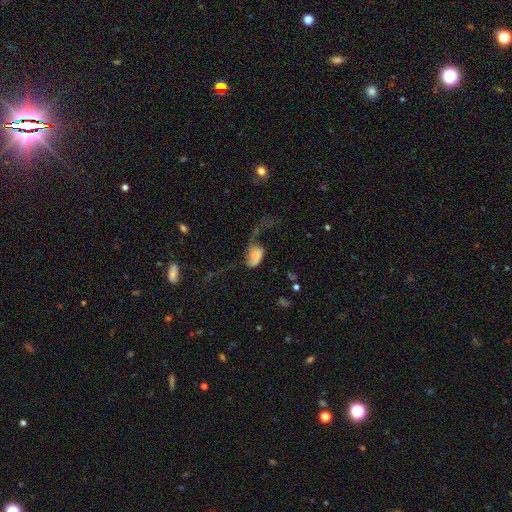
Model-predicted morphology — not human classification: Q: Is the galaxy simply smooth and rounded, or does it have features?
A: smooth — 54%.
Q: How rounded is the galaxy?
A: in between — 87%.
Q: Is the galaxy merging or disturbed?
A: major disturbance — 61%.